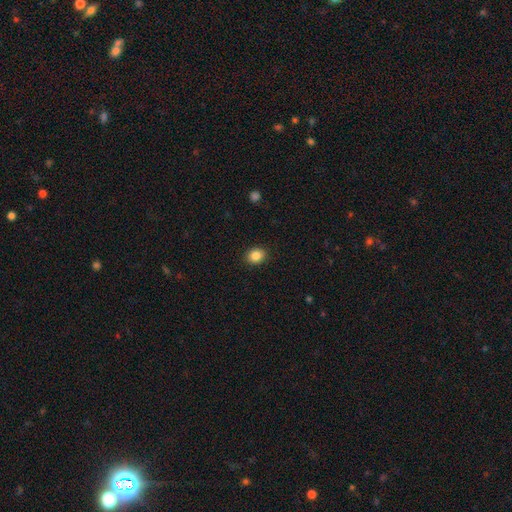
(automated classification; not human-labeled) Morphology: type=smooth (86%); roundness=round (60%); merging=none (90%).